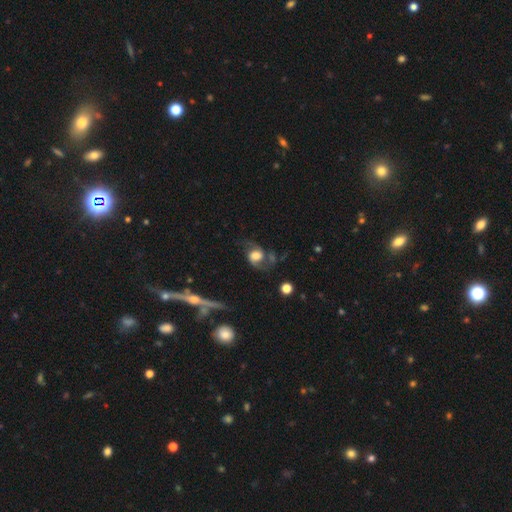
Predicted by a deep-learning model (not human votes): smooth-or-featured: featured or disk: 63% | smooth: 28% | star or artifact: 9%
  disk-edge-on: no: 96% | yes: 4%
    bar: no: 58% | weak: 33% | strong: 8%
    has-spiral-arms: yes: 87% | no: 13%
      spiral-winding: loose: 59% | medium: 33% | tight: 8%
      spiral-arm-count: 2: 85% | 1: 6% | can't tell: 5% | 3: 2% | 4: 1% | more than 4: 1%
    bulge-size: large: 47% | moderate: 29% | dominant: 10% | small: 8% | none: 5%
  merging: none: 50% | major disturbance: 23% | minor disturbance: 21% | merger: 7%